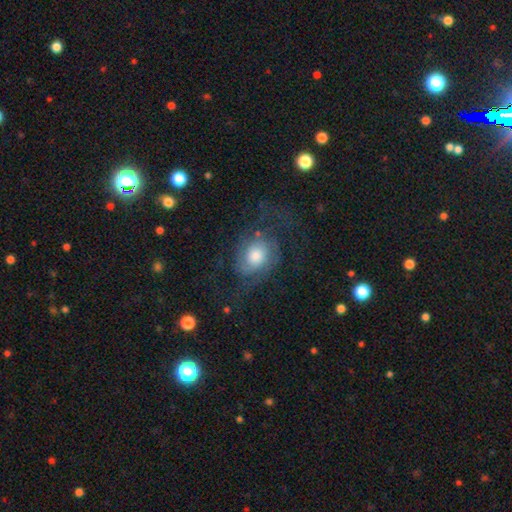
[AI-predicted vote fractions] A featured or disk galaxy (66%) with no bar (76%), 2 (54%) medium (43%) spiral arms (87%) and a moderate central bulge (52%).

Vote fractions:
- Smooth or featured? featured or disk: 66% / smooth: 25% / star or artifact: 8%
- Edge-on disk? no: 97% / yes: 3%
- Bar? no: 76% / weak: 20% / strong: 3%
- Spiral arms? yes: 87% / no: 13%
- Spiral winding? medium: 43% / tight: 29% / loose: 28%
- Spiral arm count? 2: 54% / can't tell: 21% / 3: 10% / 1: 7% / 4: 4% / more than 4: 4%
- Bulge size? moderate: 52% / large: 27% / small: 15% / dominant: 4% / none: 3%
- Merging? none: 57% / major disturbance: 24% / minor disturbance: 17% / merger: 2%